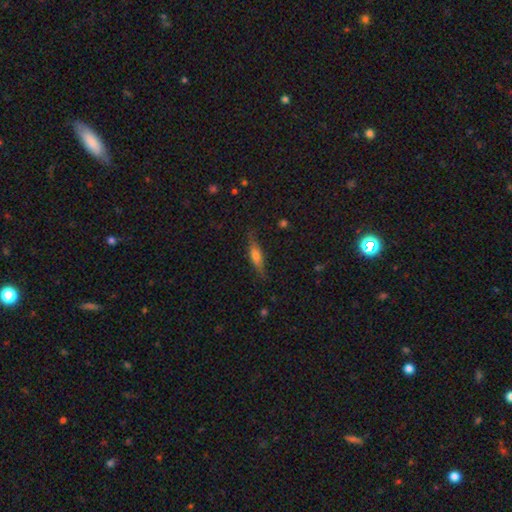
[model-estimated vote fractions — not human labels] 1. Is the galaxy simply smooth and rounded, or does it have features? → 50% smooth, 42% featured or disk, 8% star or artifact.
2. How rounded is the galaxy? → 66% cigar-shaped, 32% in between, 3% round.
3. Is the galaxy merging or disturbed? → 80% none, 15% minor disturbance, 4% major disturbance, 1% merger.